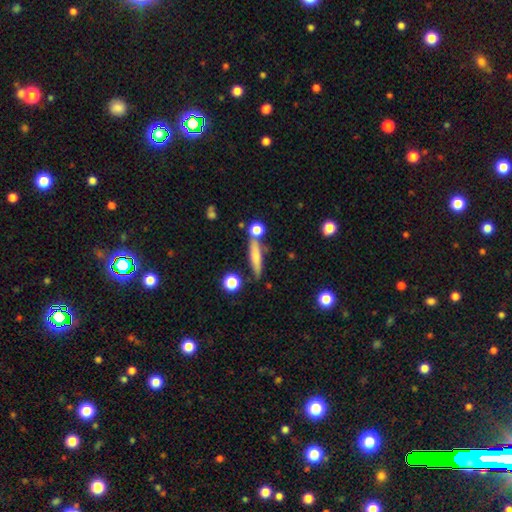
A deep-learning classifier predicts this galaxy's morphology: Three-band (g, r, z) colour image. It shows a smooth galaxy with no disk features (64%) that is cigar-shaped (82%). Merging: none (72%).